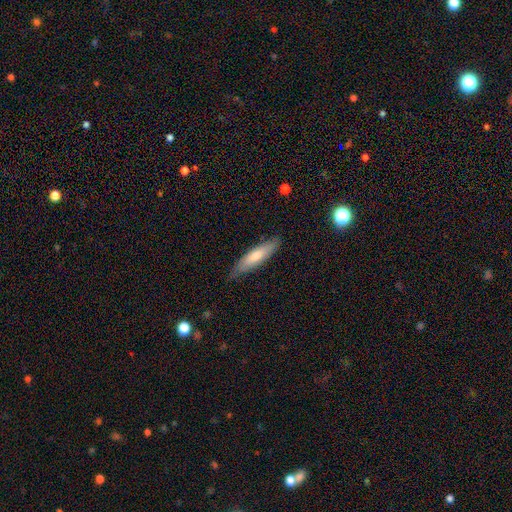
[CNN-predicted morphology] smooth-or-featured: smooth: 54% | featured or disk: 39% | star or artifact: 8%
  how-rounded: cigar-shaped: 77% | in between: 21% | round: 2%
  merging: none: 83% | minor disturbance: 13% | major disturbance: 2% | merger: 1%